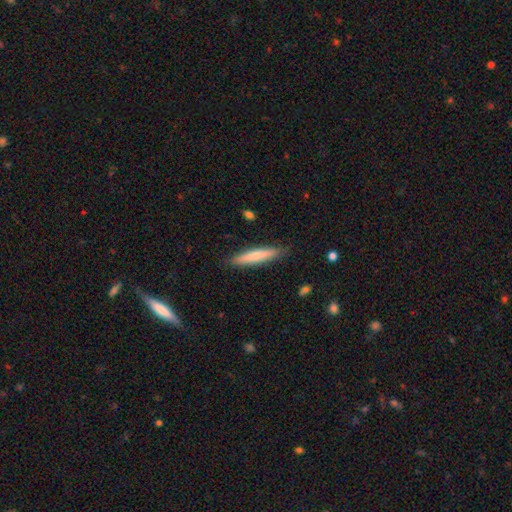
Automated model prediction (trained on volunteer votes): Smooth or featured?
  - smooth: 70% *
  - featured or disk: 24%
  - star or artifact: 6%
How rounded?
  - cigar-shaped: 90% *
  - in between: 9%
  - round: 1%
Merging?
  - none: 87% *
  - minor disturbance: 10%
  - major disturbance: 2%
  - merger: 1%